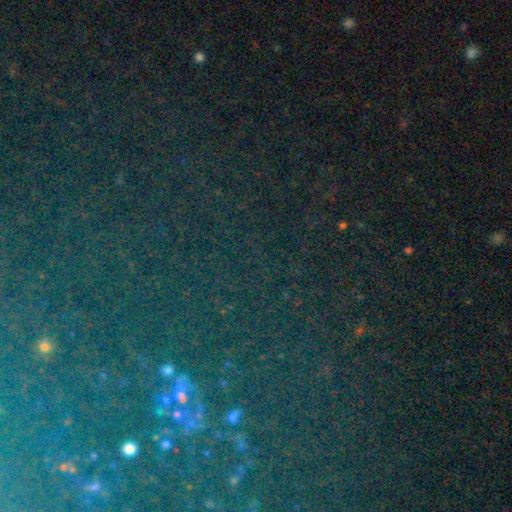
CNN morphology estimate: Smooth or featured: star or artifact — 82% (smooth — 10%)